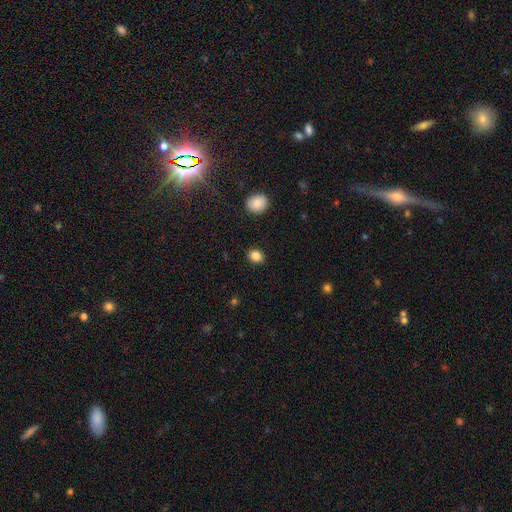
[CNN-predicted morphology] type=smooth (85%); roundness=round (59%); merging=none (89%).